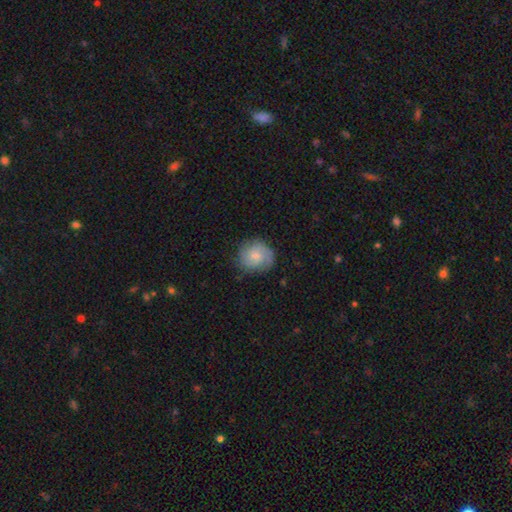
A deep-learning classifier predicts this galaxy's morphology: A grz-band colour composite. It shows a smooth galaxy with no disk features (56%) that is round (83%). Merging: none (76%).